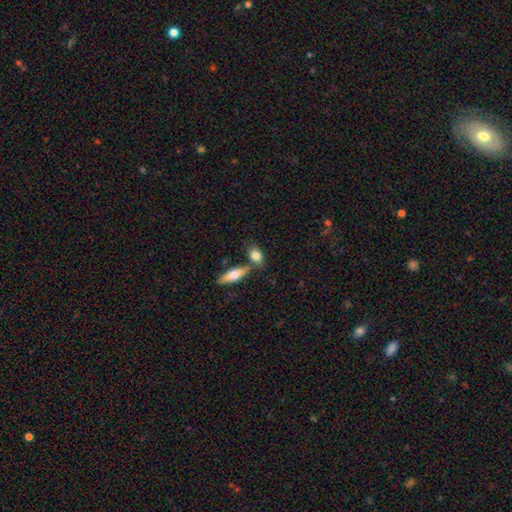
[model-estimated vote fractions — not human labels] A smooth galaxy with no disk features (77%) that is in between round and cigar-shaped (75%). Merging: none (58%).